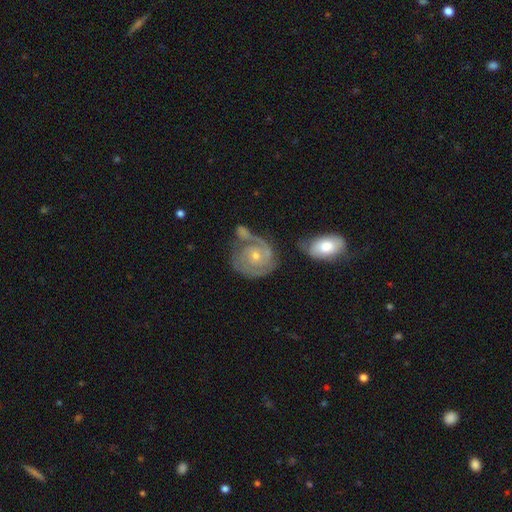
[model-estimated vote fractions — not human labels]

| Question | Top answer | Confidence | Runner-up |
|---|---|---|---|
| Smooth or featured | featured or disk | 85% | smooth (9%) |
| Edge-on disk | no | 98% | yes (2%) |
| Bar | no | 75% | weak (20%) |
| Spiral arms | yes | 95% | no (5%) |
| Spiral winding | tight | 69% | medium (25%) |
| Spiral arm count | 2 | 54% | can't tell (17%) |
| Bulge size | small | 65% | moderate (32%) |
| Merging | none | 52% | minor disturbance (20%) |